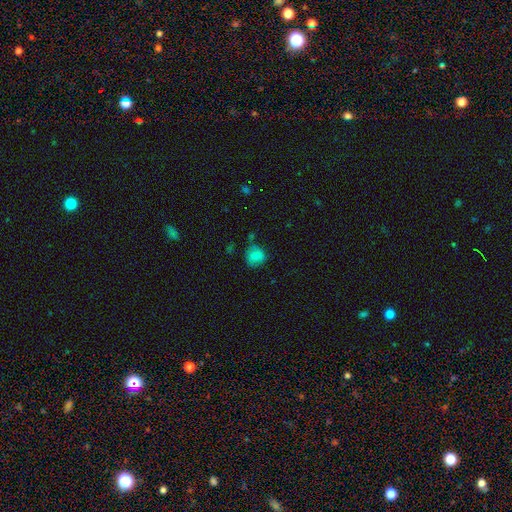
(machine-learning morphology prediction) A smooth galaxy with no disk features (77%) that is round (81%).

Vote fractions:
- Smooth or featured? smooth: 77% / featured or disk: 12% / star or artifact: 11%
- How rounded? round: 81% / in between: 18% / cigar-shaped: 1%
- Merging? none: 67% / minor disturbance: 22% / major disturbance: 6% / merger: 5%